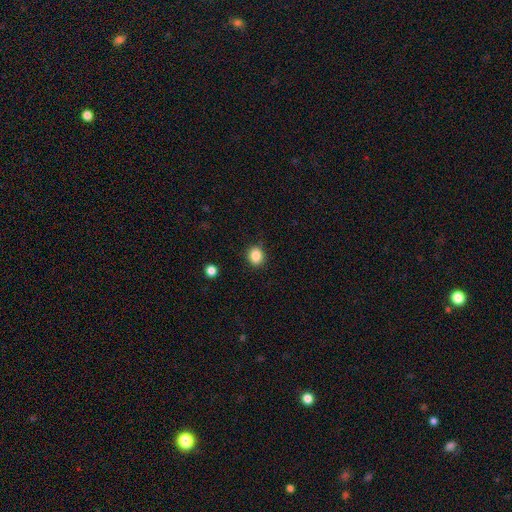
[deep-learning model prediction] This appears to be a smooth galaxy with no disk features (86%) that is round (70%). Merging: none (89%).